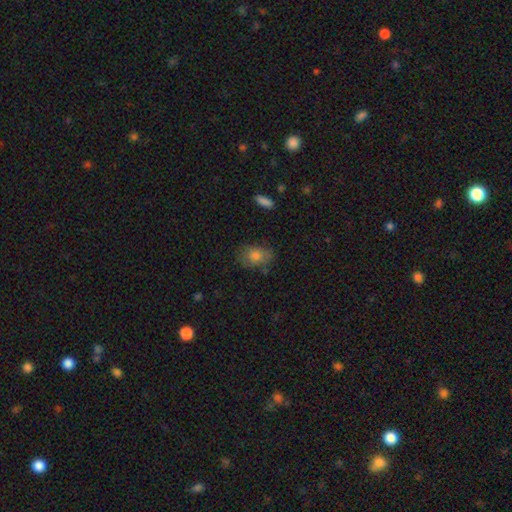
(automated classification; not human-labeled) A smooth galaxy with no disk features (77%) that is in between round and cigar-shaped (79%). Merging: none (75%).